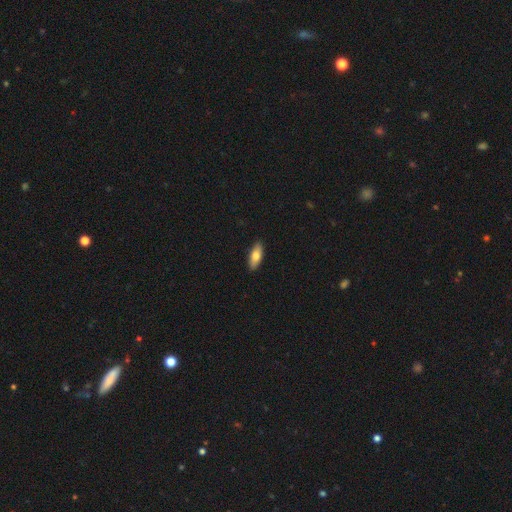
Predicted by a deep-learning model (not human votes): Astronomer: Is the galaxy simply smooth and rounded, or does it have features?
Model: smooth — 77%.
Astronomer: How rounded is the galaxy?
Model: in between — 76%.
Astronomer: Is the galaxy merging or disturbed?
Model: none — 90%.